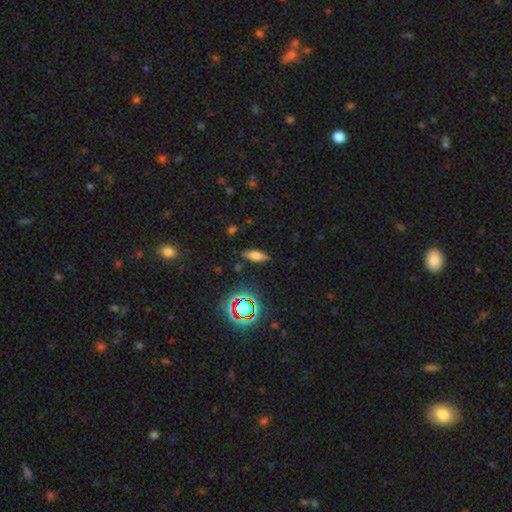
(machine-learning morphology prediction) A smooth galaxy with no disk features (60%) that is in between round and cigar-shaped (57%).

Vote fractions:
- Smooth or featured? smooth: 60% / featured or disk: 24% / star or artifact: 16%
- How rounded? in between: 57% / cigar-shaped: 38% / round: 4%
- Merging? none: 85% / minor disturbance: 11% / major disturbance: 3% / merger: 2%